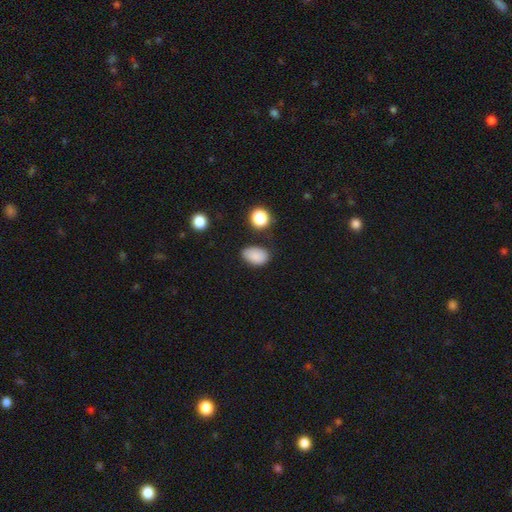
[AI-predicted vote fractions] Smooth or featured? Predicted: smooth (p=0.86). How rounded? Predicted: in between (p=0.88). Merging? Predicted: none (p=0.73).